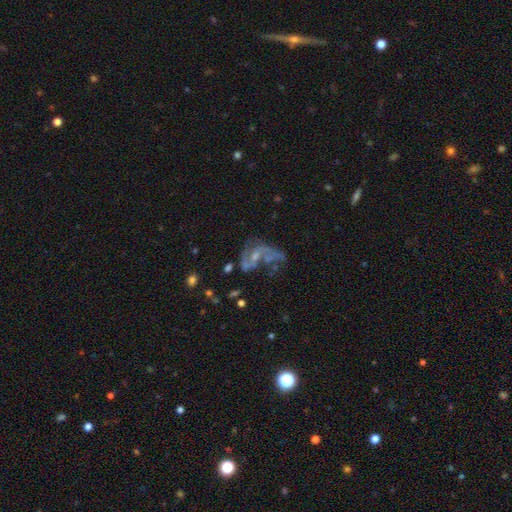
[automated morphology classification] Smooth or featured: featured or disk — 70% (star or artifact — 16%)
Edge-on disk: no — 96% (yes — 4%)
Bar: no — 56% (weak — 34%)
Spiral arms: yes — 68% (no — 32%)
Bulge size: small — 54% (moderate — 24%)
Merging: major disturbance — 38% (none — 31%)